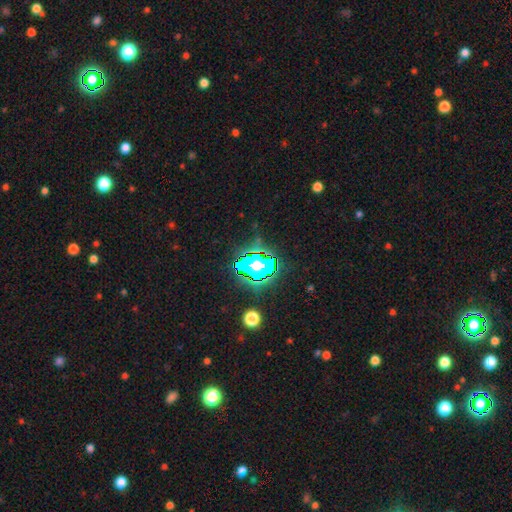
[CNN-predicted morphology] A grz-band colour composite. It shows a star or artifact, not a galaxy (84%).